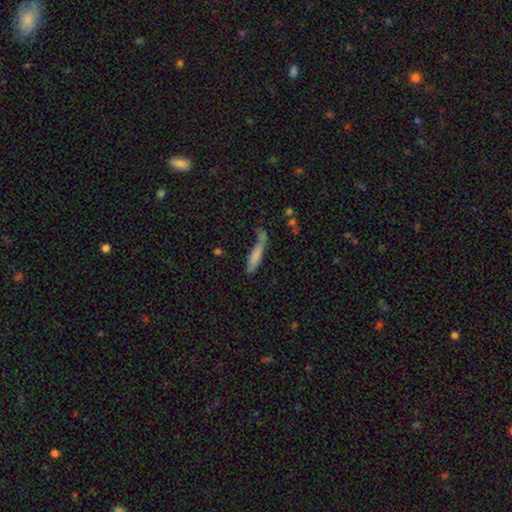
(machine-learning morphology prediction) Smooth or featured?
  - smooth: 75% *
  - featured or disk: 18%
  - star or artifact: 7%
How rounded?
  - cigar-shaped: 80% *
  - in between: 18%
  - round: 2%
Merging?
  - none: 48% *
  - minor disturbance: 22%
  - merger: 19%
  - major disturbance: 11%